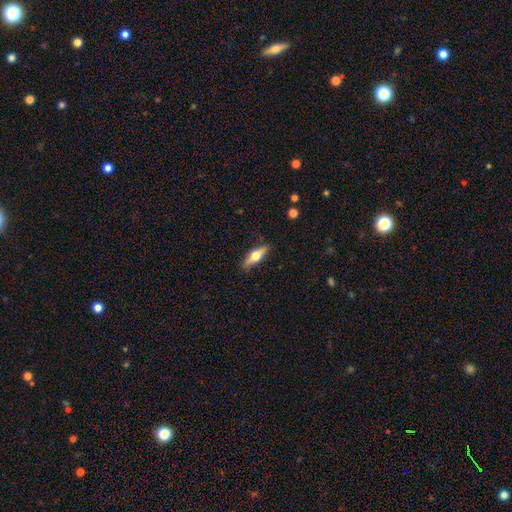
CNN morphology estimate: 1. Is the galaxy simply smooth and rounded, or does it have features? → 51% featured or disk, 43% smooth, 6% star or artifact.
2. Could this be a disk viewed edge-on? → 92% yes, 8% no.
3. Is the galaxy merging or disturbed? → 86% none, 11% minor disturbance, 2% major disturbance, 1% merger.